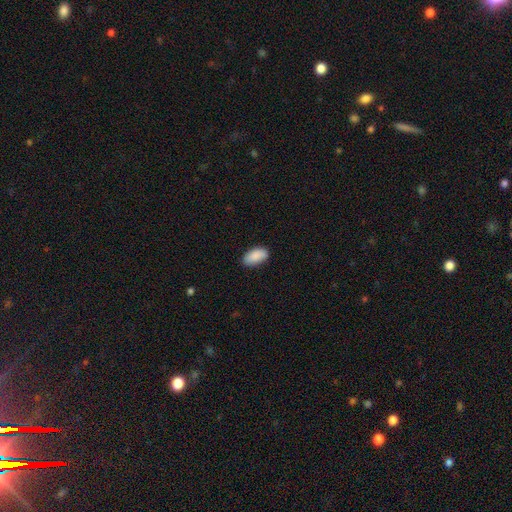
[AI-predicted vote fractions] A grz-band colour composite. It shows a smooth galaxy with no disk features (89%) that is in between round and cigar-shaped (94%). Merging: none (83%).